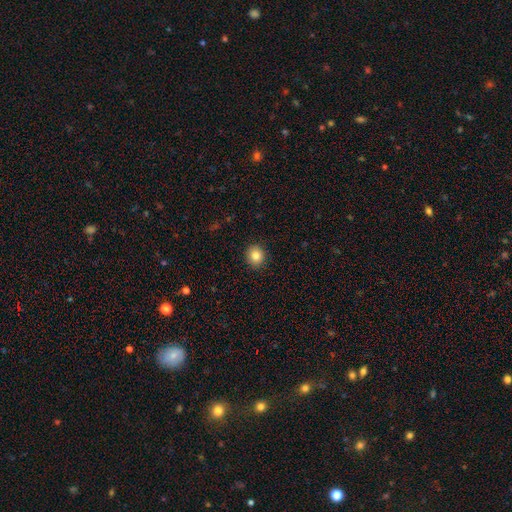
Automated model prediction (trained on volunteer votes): smooth 85%, star or artifact 10%, featured or disk 6%. Down the decision tree: how rounded — round (83%); merging — none (91%).